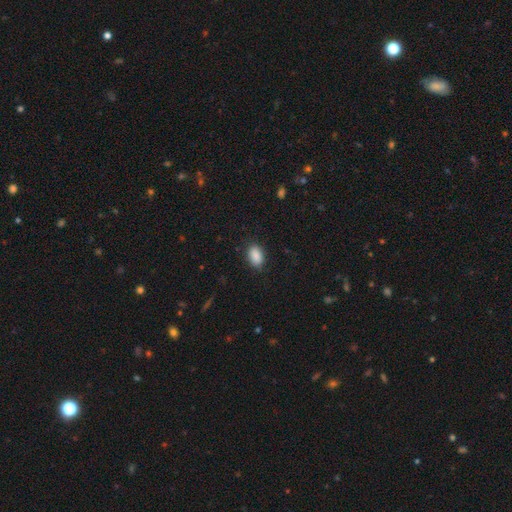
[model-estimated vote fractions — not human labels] The model was most divided on "merging": none: 86%, minor disturbance: 10%, major disturbance: 3%, merger: 1%. More confident: how rounded — in between (90%); smooth or featured — smooth (89%).